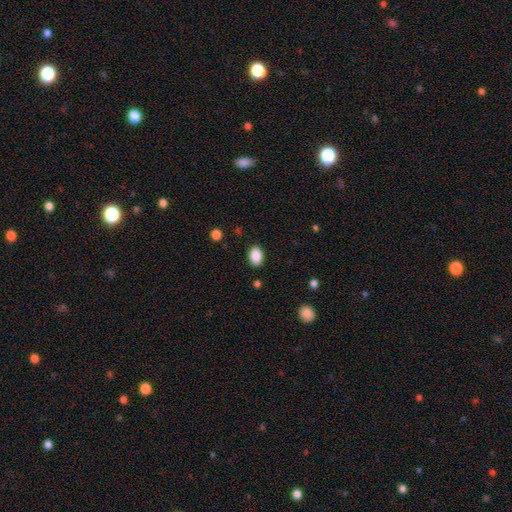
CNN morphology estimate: Q: Smooth or featured?
A: smooth (89%); runner-up: star or artifact (8%)
Q: How rounded?
A: in between (86%); runner-up: round (13%)
Q: Merging?
A: none (87%); runner-up: minor disturbance (9%)